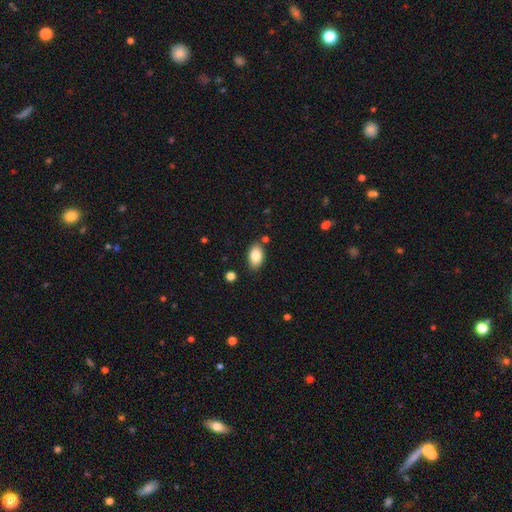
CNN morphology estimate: A smooth galaxy with no disk features (83%) that is in between round and cigar-shaped (93%). Merging: none (83%).